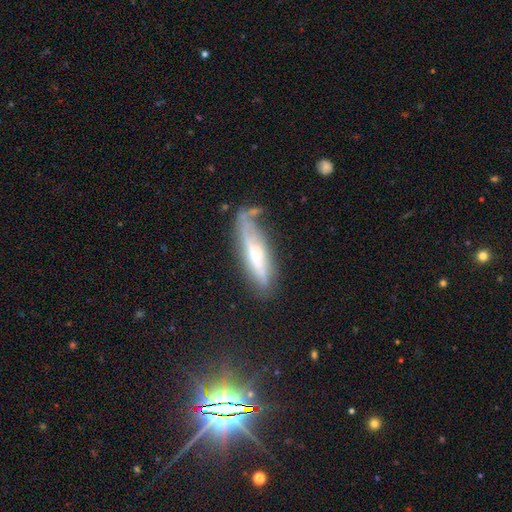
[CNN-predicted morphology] type=featured or disk (52%); edge-on=yes (67%); merging=none (49%).